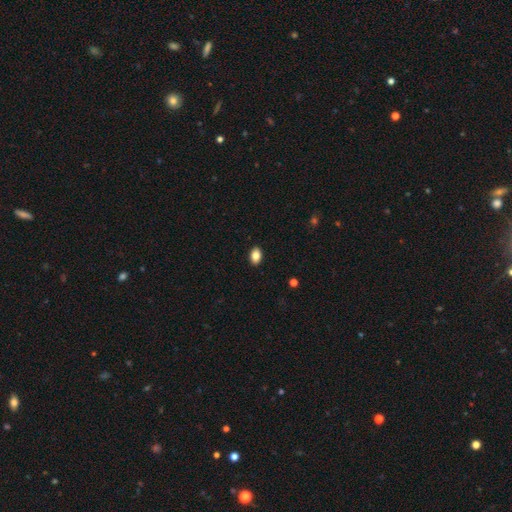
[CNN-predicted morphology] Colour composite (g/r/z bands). It shows a smooth galaxy with no disk features (85%) that is in between round and cigar-shaped (87%). Merging: none (90%).